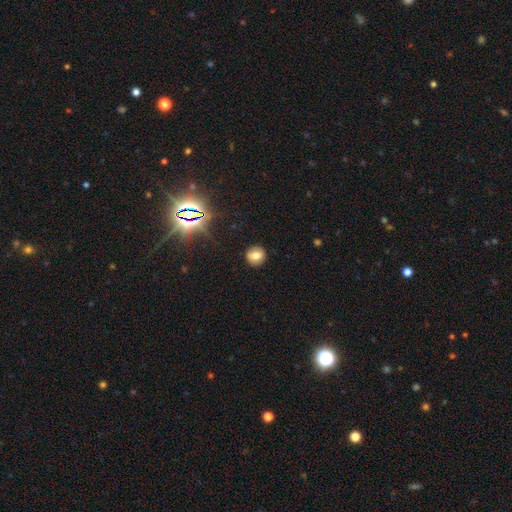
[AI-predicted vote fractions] This is likely a smooth galaxy (70%). How rounded: clearly round (88%). Merging: clearly none (90%).